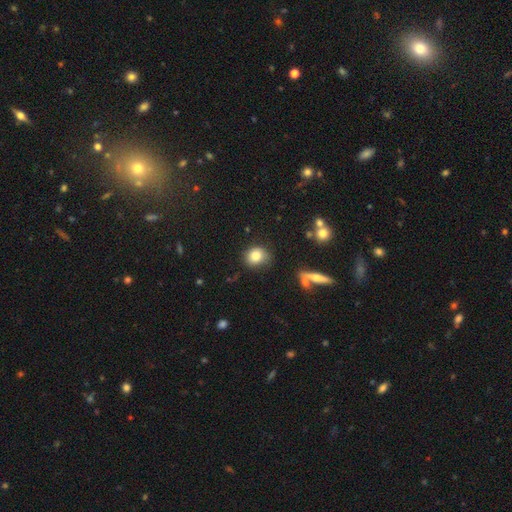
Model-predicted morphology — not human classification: Smooth or featured? Predicted: smooth (p=0.81). How rounded? Predicted: round (p=0.72). Merging? Predicted: none (p=0.72).